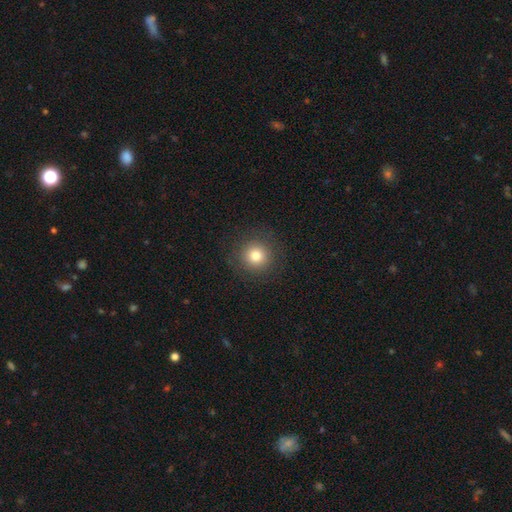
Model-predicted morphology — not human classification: Smooth or featured: smooth — 80% (star or artifact — 12%)
How rounded: round — 94% (in between — 5%)
Merging: none — 89% (minor disturbance — 7%)